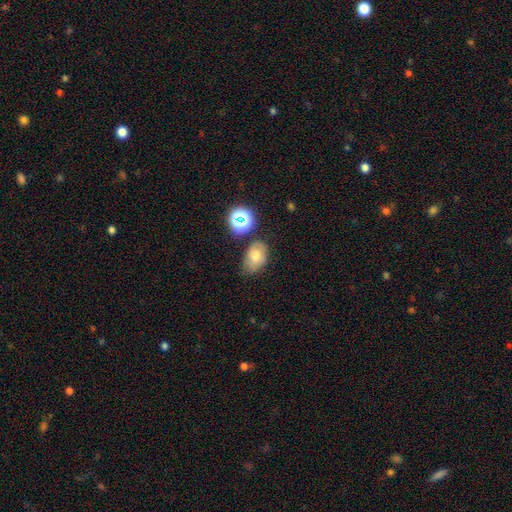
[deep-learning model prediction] smooth 61%, featured or disk 19%, star or artifact 19%. Down the decision tree: how rounded — in between (75%); merging — none (64%).